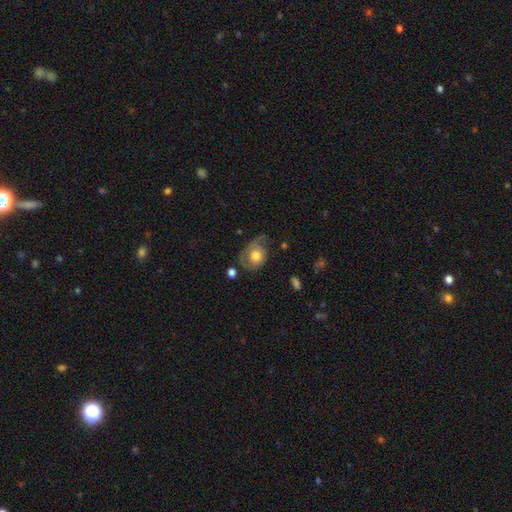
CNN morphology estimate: Q: Smooth or featured?
A: featured or disk (47%); runner-up: smooth (46%)
Q: Merging?
A: none (40%); runner-up: minor disturbance (31%)